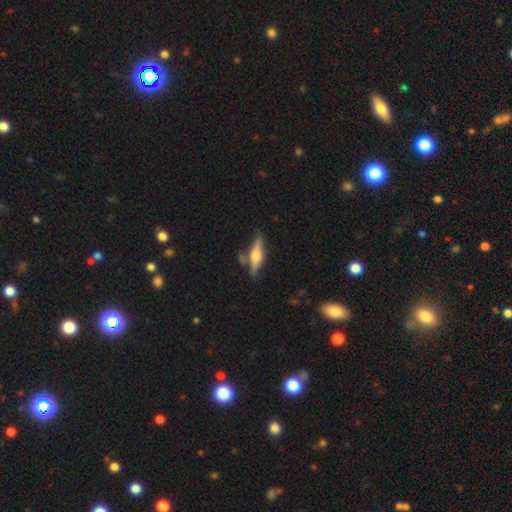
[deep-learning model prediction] smooth_or_featured: featured or disk (p=0.60) [alt: smooth p=0.34]
disk_edge_on: yes (p=0.94) [alt: no p=0.06]
edge_on_bulge: rounded (p=0.90) [alt: boxy p=0.07]
merging: none (p=0.73) [alt: minor disturbance p=0.15]